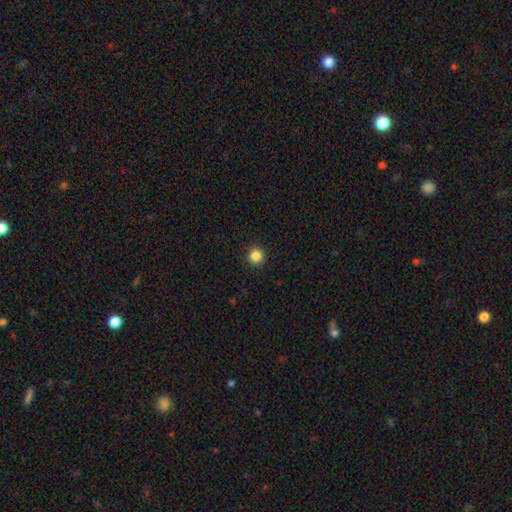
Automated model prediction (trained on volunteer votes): Smooth or featured?
  - smooth: 85% *
  - star or artifact: 12%
  - featured or disk: 4%
How rounded?
  - round: 96% *
  - in between: 3%
  - cigar-shaped: 1%
Merging?
  - none: 93% *
  - minor disturbance: 4%
  - major disturbance: 2%
  - merger: 1%